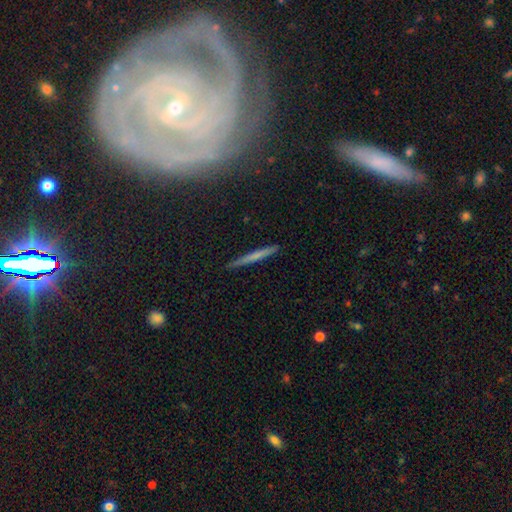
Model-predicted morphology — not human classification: A smooth galaxy with no disk features (56%) that is cigar-shaped (96%). Merging: none (89%).